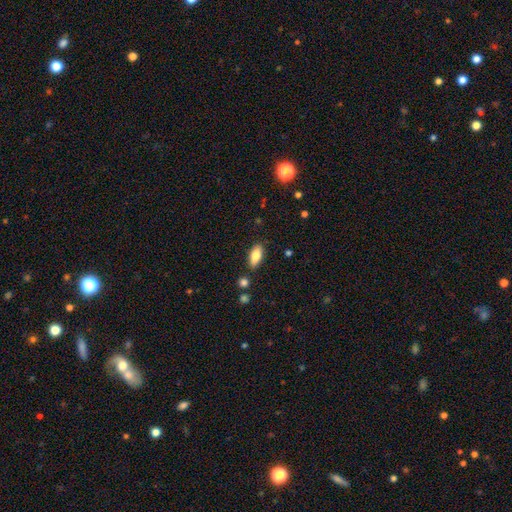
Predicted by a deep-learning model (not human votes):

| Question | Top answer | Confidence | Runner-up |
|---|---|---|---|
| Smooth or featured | smooth | 79% | featured or disk (14%) |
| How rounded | in between | 83% | cigar-shaped (14%) |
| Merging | none | 84% | minor disturbance (11%) |